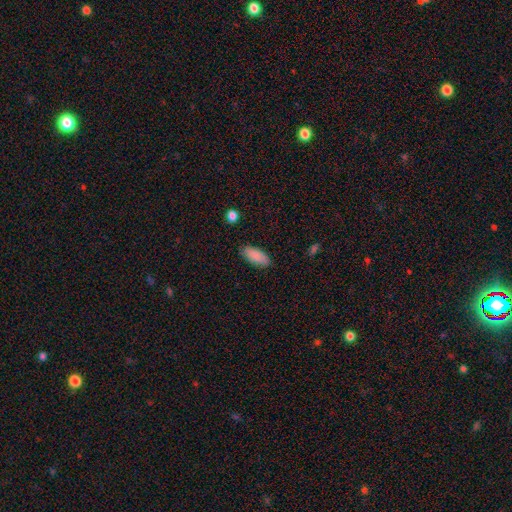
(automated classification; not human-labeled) A smooth galaxy with no disk features (88%) that is in between round and cigar-shaped (85%). Merging: none (85%).